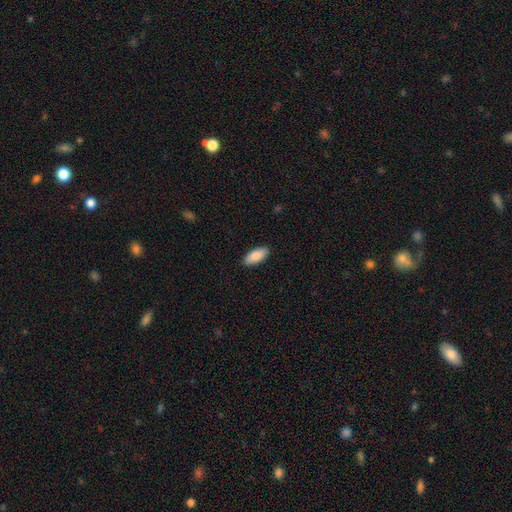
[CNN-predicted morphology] This appears to be a smooth galaxy with no disk features (88%) that is in between round and cigar-shaped (89%). Merging: none (90%).